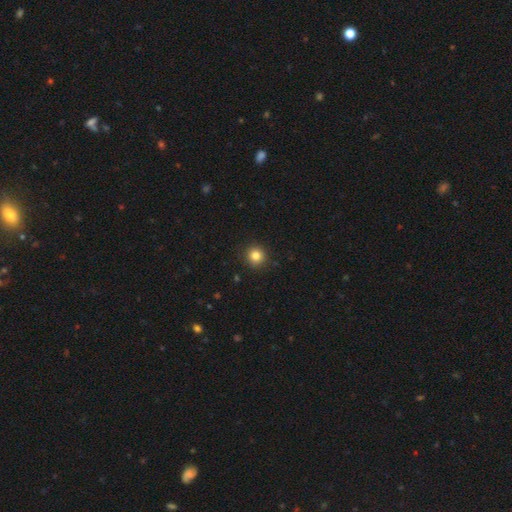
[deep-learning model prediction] Smooth or featured? Predicted: smooth (p=0.83). How rounded? Predicted: round (p=0.93). Merging? Predicted: none (p=0.92).